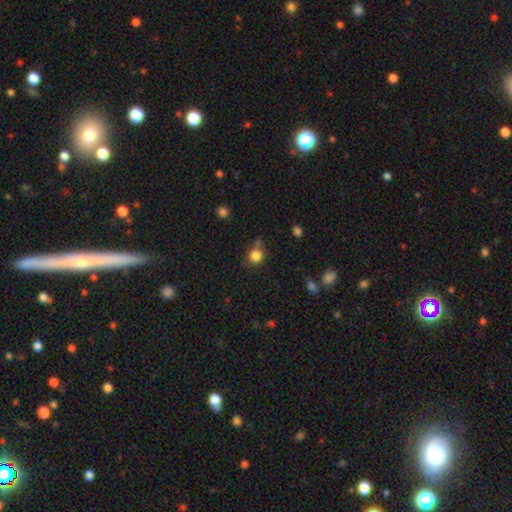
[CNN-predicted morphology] smooth 83%, star or artifact 12%, featured or disk 5%. Down the decision tree: how rounded — round (86%); merging — none (65%).